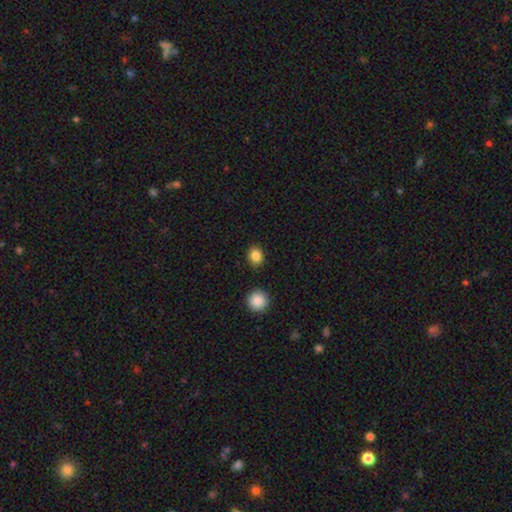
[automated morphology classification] smooth 84%, star or artifact 11%, featured or disk 5%. Down the decision tree: how rounded — round (68%); merging — none (87%).